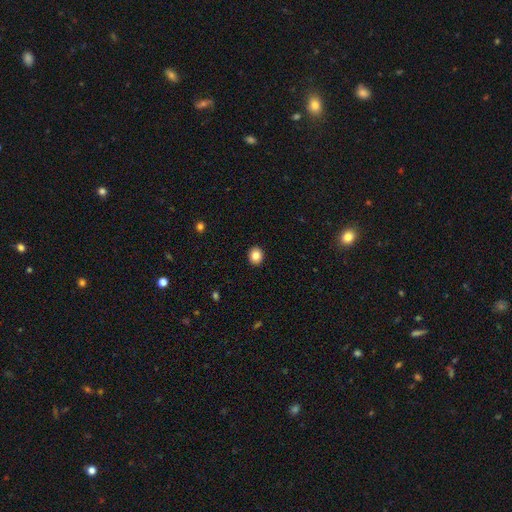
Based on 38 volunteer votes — A smooth galaxy with no disk features (95%) that is round (78%).

Vote fractions:
- Smooth or featured? smooth: 95% / featured or disk: 3% / star or artifact: 3%
- How rounded? round: 78% / in between: 22% / cigar-shaped: 0%
- Merging? none: 97% / minor disturbance: 3% / major disturbance: 0% / merger: 0%